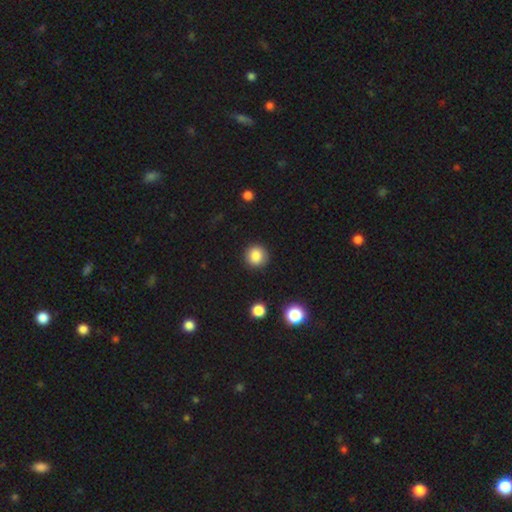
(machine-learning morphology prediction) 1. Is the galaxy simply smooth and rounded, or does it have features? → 86% smooth, 10% star or artifact, 4% featured or disk.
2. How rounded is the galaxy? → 92% round, 7% in between, 1% cigar-shaped.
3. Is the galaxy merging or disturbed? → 91% none, 6% minor disturbance, 2% major disturbance, 1% merger.